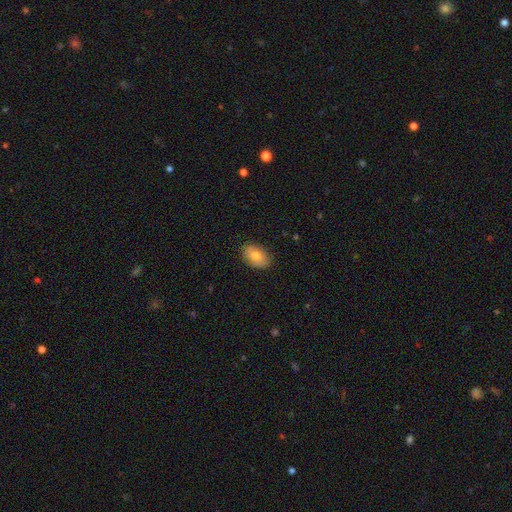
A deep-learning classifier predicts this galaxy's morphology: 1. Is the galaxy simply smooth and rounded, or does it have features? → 79% smooth, 14% featured or disk, 7% star or artifact.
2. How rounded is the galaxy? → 90% in between, 9% round, 1% cigar-shaped.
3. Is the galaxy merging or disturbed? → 87% none, 10% minor disturbance, 2% major disturbance, 1% merger.